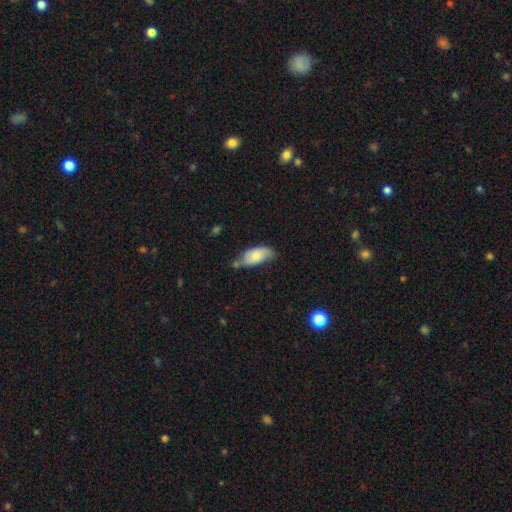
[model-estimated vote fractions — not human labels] Smooth or featured: smooth — 72% (featured or disk — 21%)
How rounded: in between — 90% (cigar-shaped — 7%)
Merging: none — 53% (minor disturbance — 32%)